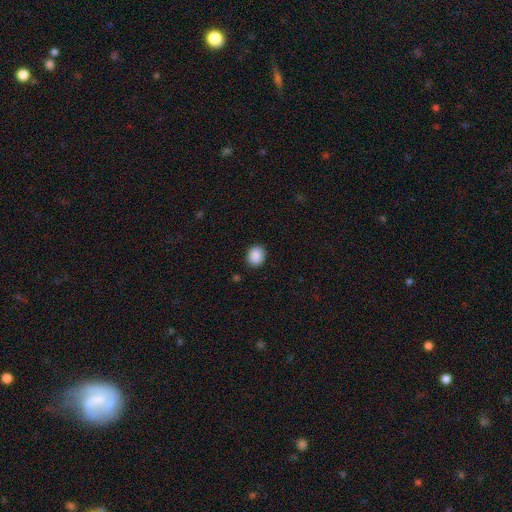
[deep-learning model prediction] smooth_or_featured: smooth (p=0.89) [alt: star or artifact p=0.08]
how_rounded: round (p=0.64) [alt: in between p=0.35]
merging: none (p=0.88) [alt: minor disturbance p=0.09]